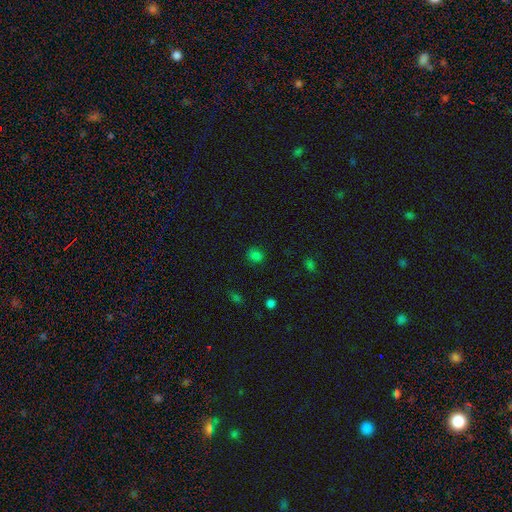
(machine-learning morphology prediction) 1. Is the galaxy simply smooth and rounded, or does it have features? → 75% smooth, 20% star or artifact, 4% featured or disk.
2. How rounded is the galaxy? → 68% round, 31% in between, 1% cigar-shaped.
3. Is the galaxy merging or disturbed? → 81% none, 13% minor disturbance, 4% major disturbance, 2% merger.